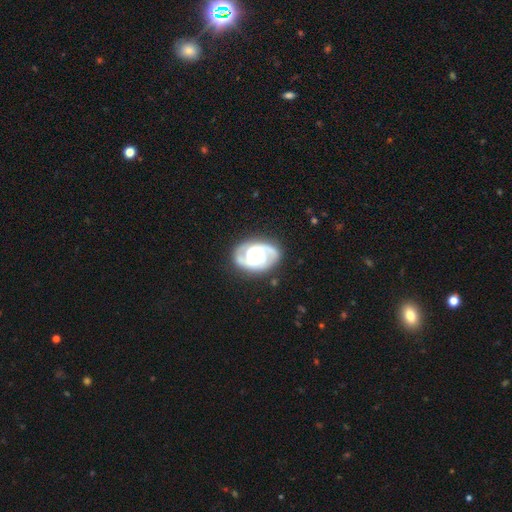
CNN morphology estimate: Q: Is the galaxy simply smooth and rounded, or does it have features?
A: featured or disk — 88%.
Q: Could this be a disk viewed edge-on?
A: no — 98%.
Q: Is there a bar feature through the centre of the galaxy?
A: no — 45%.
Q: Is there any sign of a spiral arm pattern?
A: yes — 97%.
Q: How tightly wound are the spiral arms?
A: tight — 51%.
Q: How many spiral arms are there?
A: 2 — 78%.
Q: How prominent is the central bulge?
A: moderate — 49%.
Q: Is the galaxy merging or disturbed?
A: none — 80%.